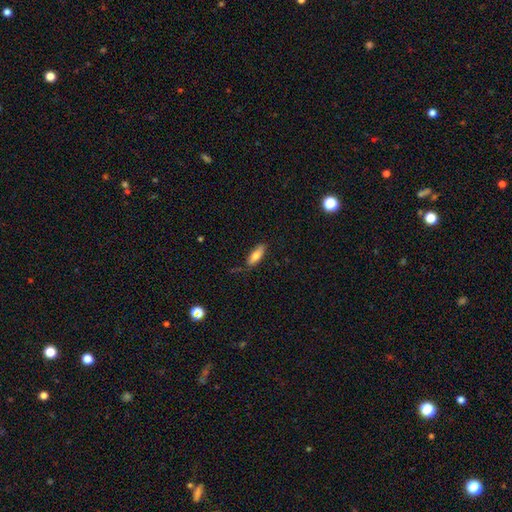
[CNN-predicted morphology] type=smooth (74%); roundness=in between (64%); merging=none (67%).